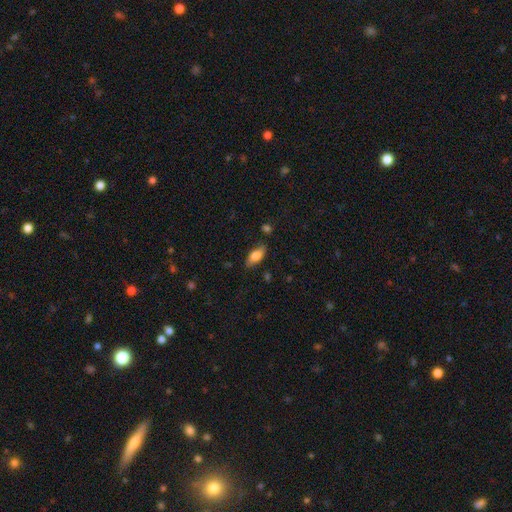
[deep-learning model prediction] smooth 73%, featured or disk 20%, star or artifact 7%. Down the decision tree: how rounded — in between (83%); merging — none (78%).